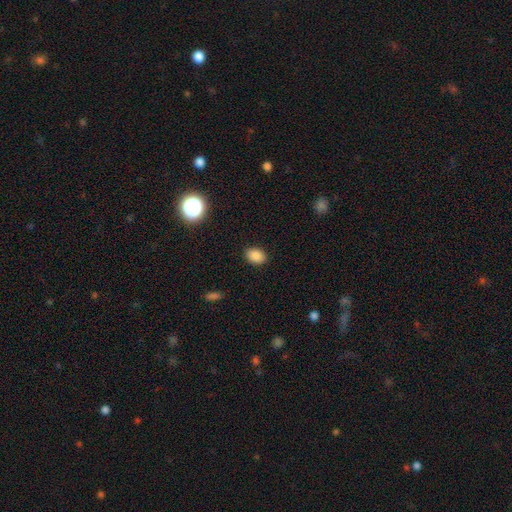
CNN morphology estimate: Smooth or featured?
  - smooth: 86% *
  - star or artifact: 10%
  - featured or disk: 4%
How rounded?
  - in between: 76% *
  - round: 23%
  - cigar-shaped: 1%
Merging?
  - none: 88% *
  - minor disturbance: 8%
  - major disturbance: 2%
  - merger: 1%